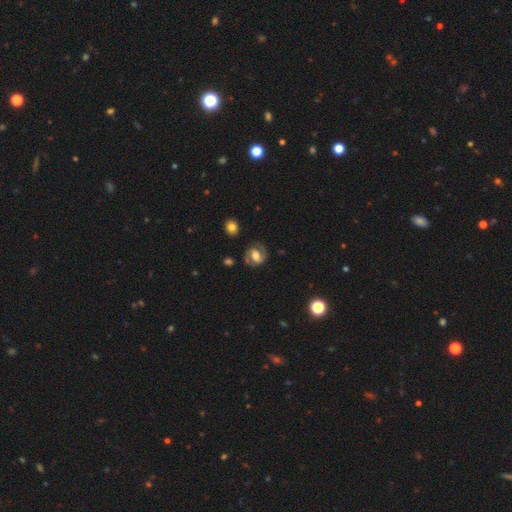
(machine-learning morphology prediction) Smooth or featured?
  - featured or disk: 73% *
  - smooth: 20%
  - star or artifact: 7%
Edge-on disk?
  - no: 97% *
  - yes: 3%
Bar?
  - weak: 45% *
  - no: 29%
  - strong: 26%
Spiral arms?
  - yes: 90% *
  - no: 10%
Spiral winding?
  - medium: 53% *
  - tight: 31%
  - loose: 16%
Spiral arm count?
  - 2: 89% *
  - can't tell: 5%
  - 1: 3%
  - 3: 1%
  - 4: 1%
  - more than 4: 1%
Bulge size?
  - moderate: 54% *
  - large: 29%
  - small: 11%
  - none: 3%
  - dominant: 3%
Merging?
  - none: 79% *
  - minor disturbance: 13%
  - major disturbance: 5%
  - merger: 2%